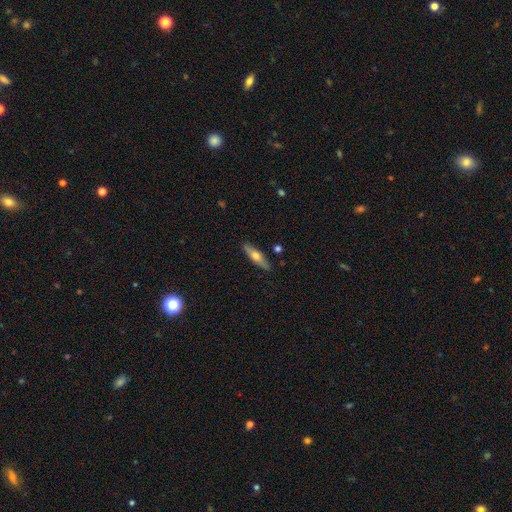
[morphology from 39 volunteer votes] Smooth or featured? 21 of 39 (54%) said featured or disk. Edge-on disk? 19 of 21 (90%) said yes. Edge-on bulge? 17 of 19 (89%) said rounded. Merging? 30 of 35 (86%) said none.